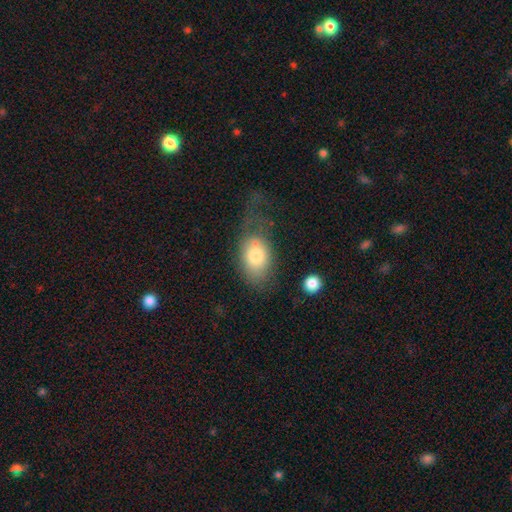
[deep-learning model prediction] smooth-or-featured: smooth: 76% | featured or disk: 17% | star or artifact: 7%
  how-rounded: in between: 83% | round: 16% | cigar-shaped: 1%
  merging: none: 37% | major disturbance: 29% | minor disturbance: 24% | merger: 9%